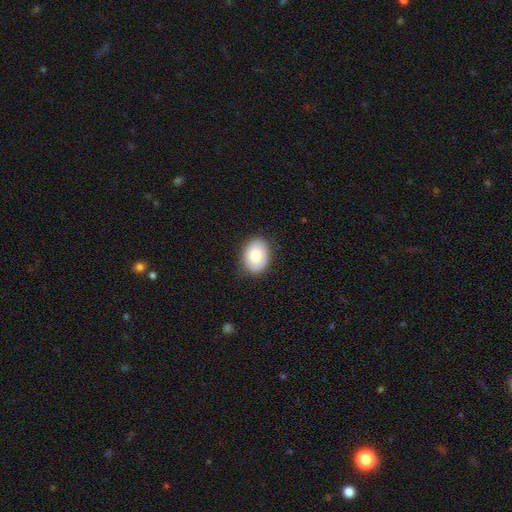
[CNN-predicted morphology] This is likely a smooth galaxy (78%). How rounded: likely in between (71%). Merging: clearly none (85%).